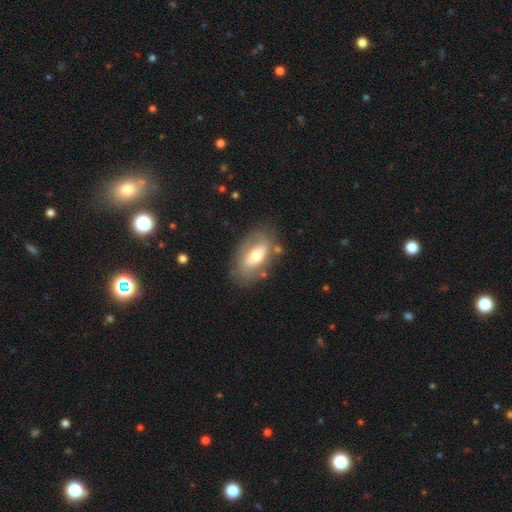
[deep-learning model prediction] Q: Smooth or featured?
A: smooth (51%); runner-up: featured or disk (43%)
Q: How rounded?
A: in between (89%); runner-up: round (6%)
Q: Merging?
A: none (72%); runner-up: minor disturbance (17%)